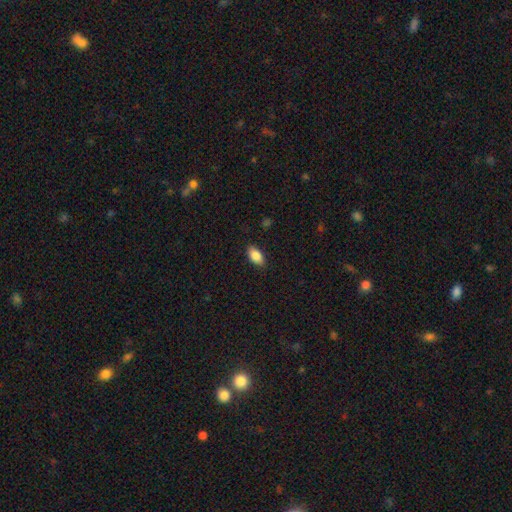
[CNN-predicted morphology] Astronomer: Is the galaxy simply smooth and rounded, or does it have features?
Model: smooth — 87%.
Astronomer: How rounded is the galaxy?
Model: in between — 91%.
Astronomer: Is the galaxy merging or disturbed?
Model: none — 86%.